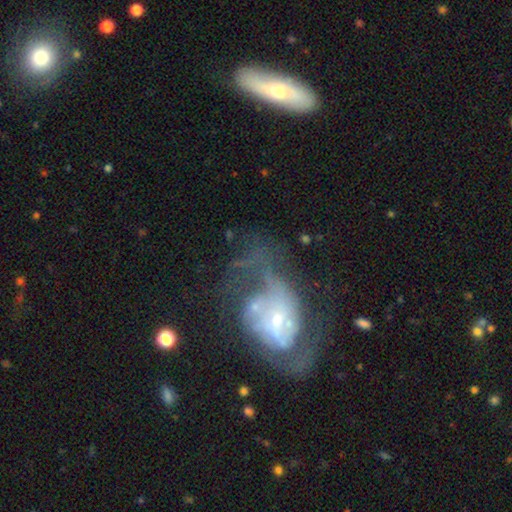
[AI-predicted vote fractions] Overall: featured or disk (76%). Edge-on disk: no (94%). Bar: no (64%; weak 27%). Spiral arms: yes (79%). Spiral arm count: 2 (57%; can't tell 25%). Spiral winding: medium (40%; loose 32%). Bulge size: small (66%). Merging: none (37%; major disturbance 36%).